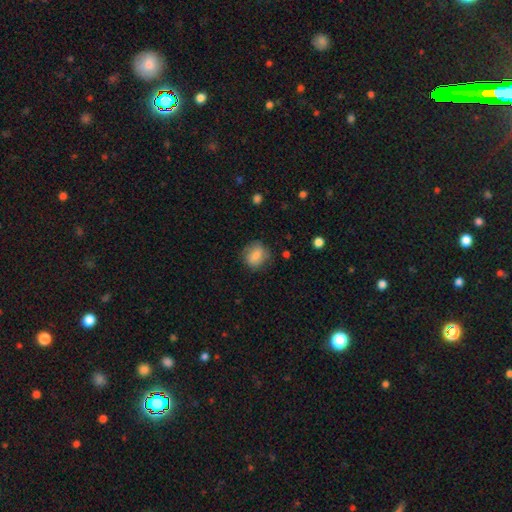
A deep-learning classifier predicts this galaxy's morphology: A smooth galaxy with no disk features (79%) that is round (68%).

Vote fractions:
- Smooth or featured? smooth: 79% / featured or disk: 13% / star or artifact: 8%
- How rounded? round: 68% / in between: 31% / cigar-shaped: 1%
- Merging? none: 73% / minor disturbance: 20% / major disturbance: 6% / merger: 1%